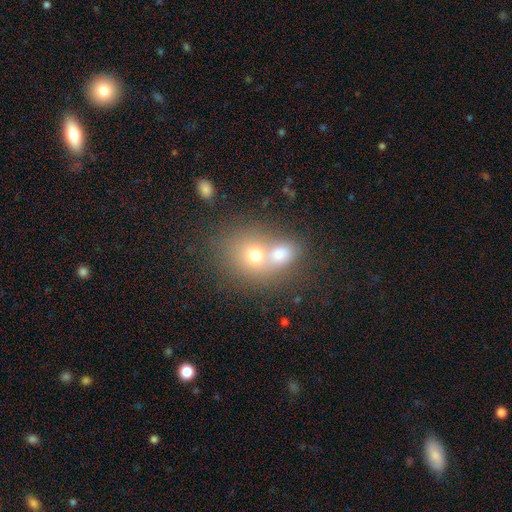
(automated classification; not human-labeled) Smooth or featured: smooth — 63% (featured or disk — 23%)
How rounded: round — 65% (in between — 34%)
Merging: merger — 68% (none — 23%)